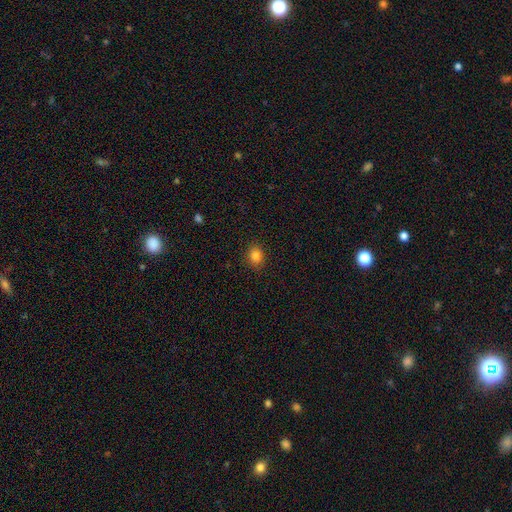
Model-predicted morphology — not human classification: This appears to be a smooth galaxy with no disk features (83%) that is round (57%). Merging: none (89%).